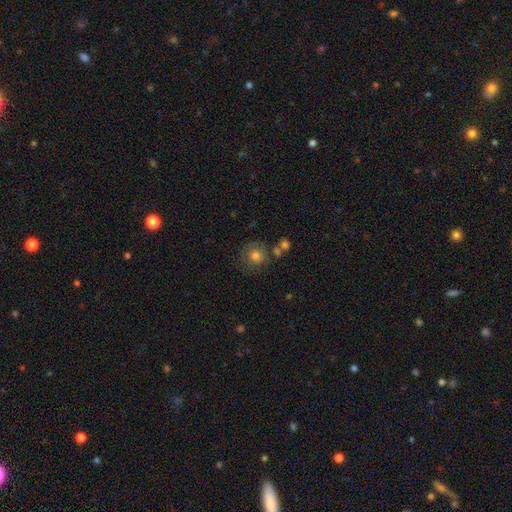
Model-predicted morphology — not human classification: This appears to be a smooth galaxy with no disk features (74%) that is round (89%). Merging: none (63%).